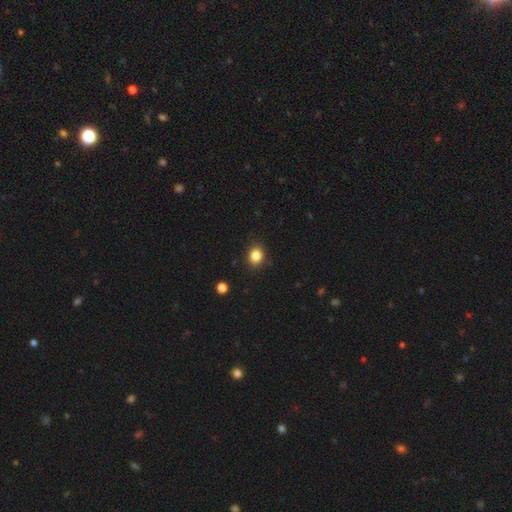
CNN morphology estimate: Smooth or featured? smooth (85%)
How rounded? round (60%)
Merging? none (89%)